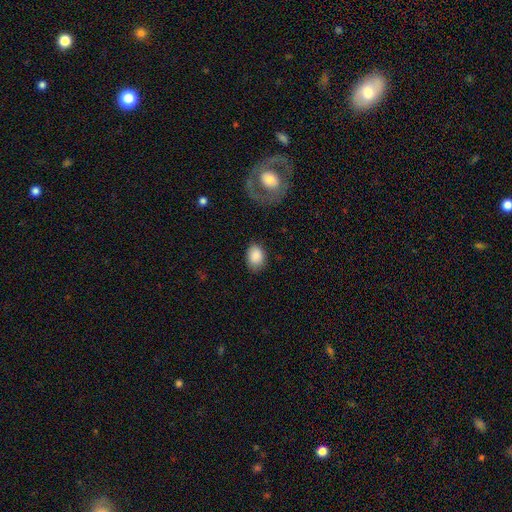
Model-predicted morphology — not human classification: Smooth or featured?
  - smooth: 88% *
  - star or artifact: 7%
  - featured or disk: 5%
How rounded?
  - in between: 77% *
  - round: 22%
  - cigar-shaped: 1%
Merging?
  - none: 78% *
  - minor disturbance: 16%
  - major disturbance: 4%
  - merger: 2%